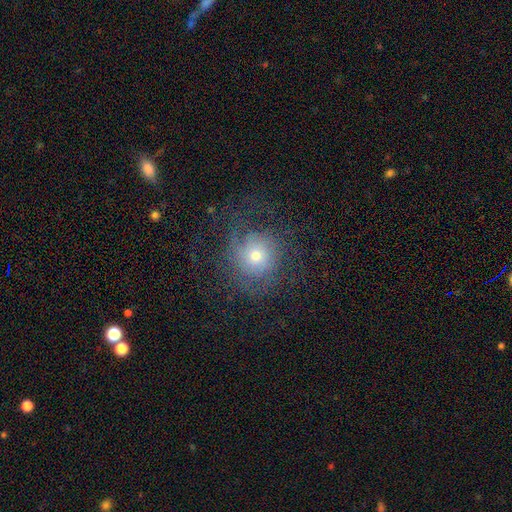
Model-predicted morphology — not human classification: A smooth galaxy with no disk features (43%, tied with featured or disk).

Vote fractions:
- Smooth or featured? smooth: 43% (tied) / featured or disk: 43% (tied) / star or artifact: 14%
- Merging? none: 65% / major disturbance: 18% / minor disturbance: 16% / merger: 1%